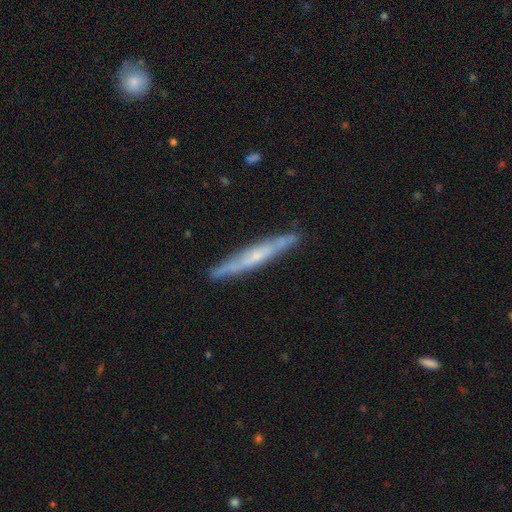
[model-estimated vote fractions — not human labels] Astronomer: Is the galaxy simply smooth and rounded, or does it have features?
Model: featured or disk — 62%.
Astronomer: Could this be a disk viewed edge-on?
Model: yes — 88%.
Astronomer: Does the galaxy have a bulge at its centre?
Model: none — 55% (runner-up: rounded, 37%).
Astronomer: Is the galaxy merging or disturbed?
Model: none — 84%.